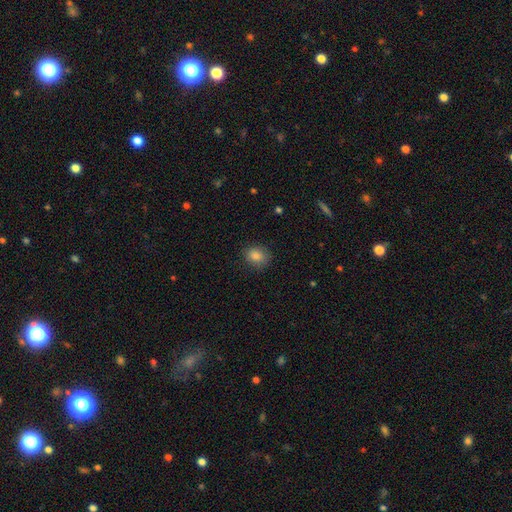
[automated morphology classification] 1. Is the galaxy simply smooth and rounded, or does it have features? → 84% smooth, 10% star or artifact, 5% featured or disk.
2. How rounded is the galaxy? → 64% round, 35% in between, 1% cigar-shaped.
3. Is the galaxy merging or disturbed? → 83% none, 13% minor disturbance, 3% major disturbance, 1% merger.